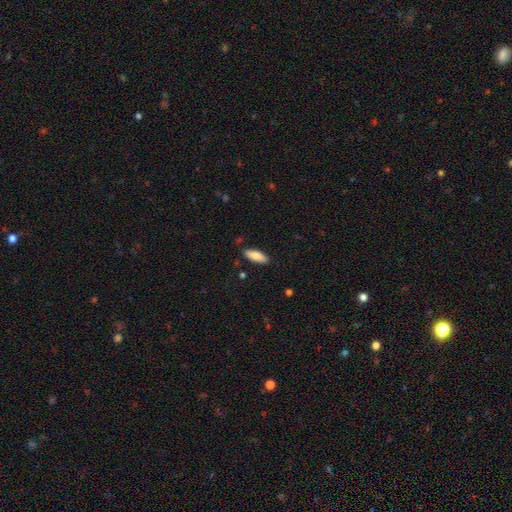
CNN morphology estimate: Smooth or featured?
  - smooth: 82% *
  - featured or disk: 12%
  - star or artifact: 6%
How rounded?
  - in between: 69% *
  - cigar-shaped: 30%
  - round: 2%
Merging?
  - none: 87% *
  - minor disturbance: 10%
  - major disturbance: 2%
  - merger: 1%